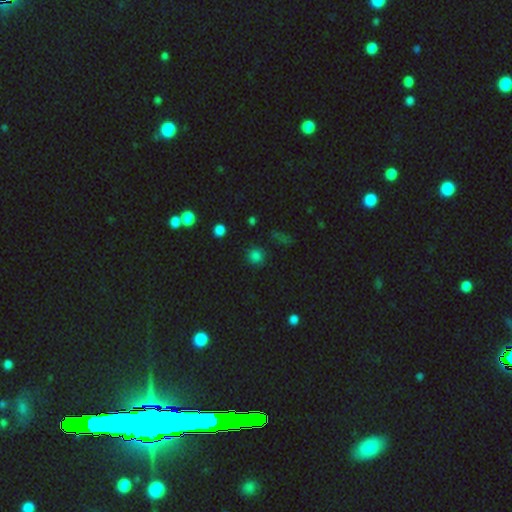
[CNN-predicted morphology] type=smooth (73%); roundness=round (91%); merging=none (84%).